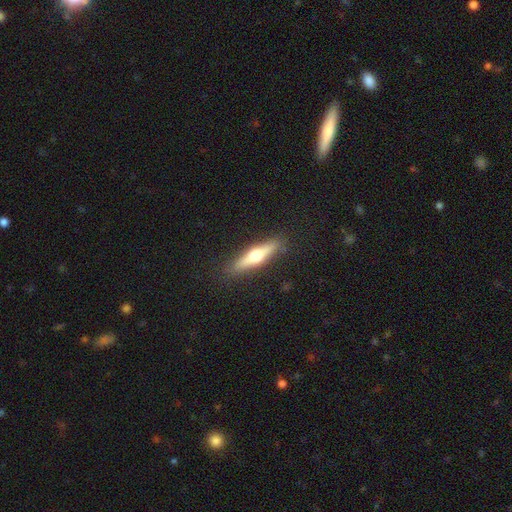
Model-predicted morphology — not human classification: Q: Smooth or featured?
A: featured or disk (52%); runner-up: smooth (42%)
Q: Edge-on disk?
A: yes (93%); runner-up: no (7%)
Q: Merging?
A: none (88%); runner-up: minor disturbance (9%)